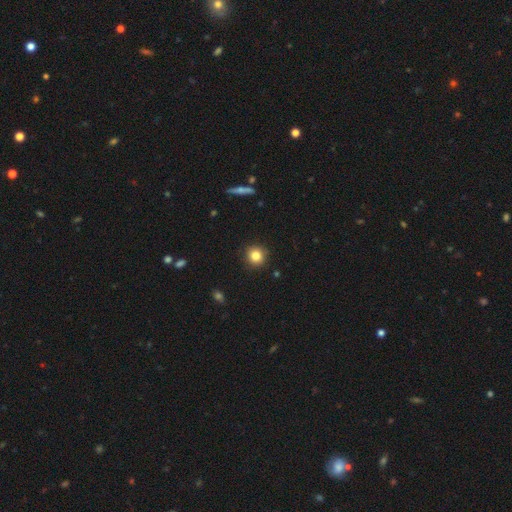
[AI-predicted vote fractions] smooth 83%, star or artifact 11%, featured or disk 6%. Down the decision tree: how rounded — round (91%); merging — none (90%).